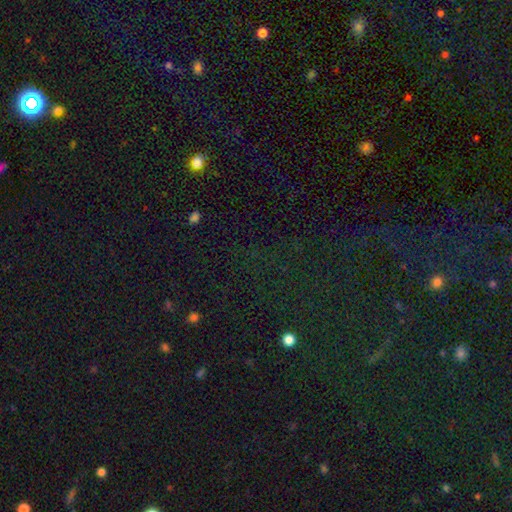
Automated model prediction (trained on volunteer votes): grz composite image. It shows a star or artifact, not a galaxy (76%).